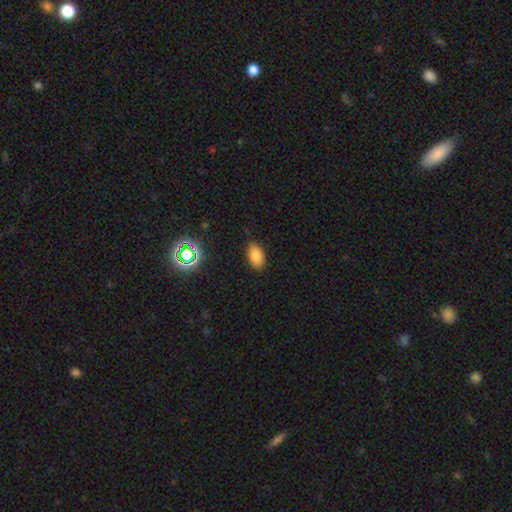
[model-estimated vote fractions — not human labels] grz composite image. It shows a smooth galaxy with no disk features (81%) that is in between round and cigar-shaped (92%). Merging: none (83%).